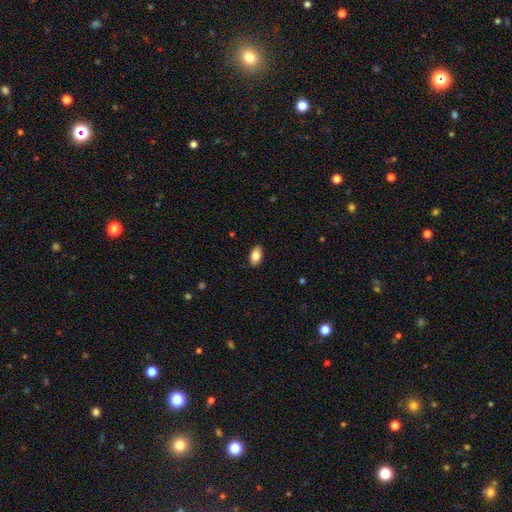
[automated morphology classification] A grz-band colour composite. It shows a smooth galaxy with no disk features (83%) that is in between round and cigar-shaped (92%). Merging: none (88%).